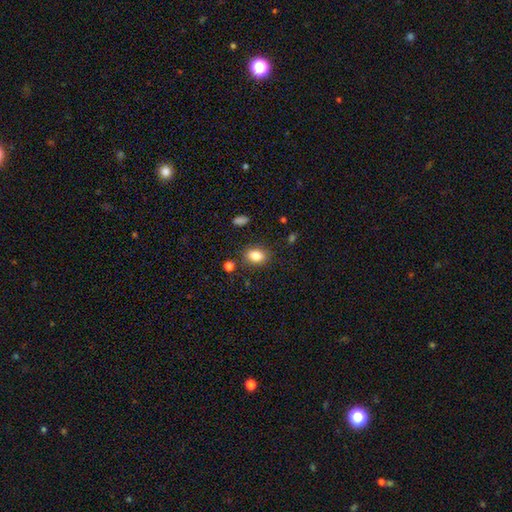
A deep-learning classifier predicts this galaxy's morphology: Q: Smooth or featured?
A: smooth (84%); runner-up: star or artifact (9%)
Q: How rounded?
A: in between (77%); runner-up: round (22%)
Q: Merging?
A: none (83%); runner-up: minor disturbance (11%)